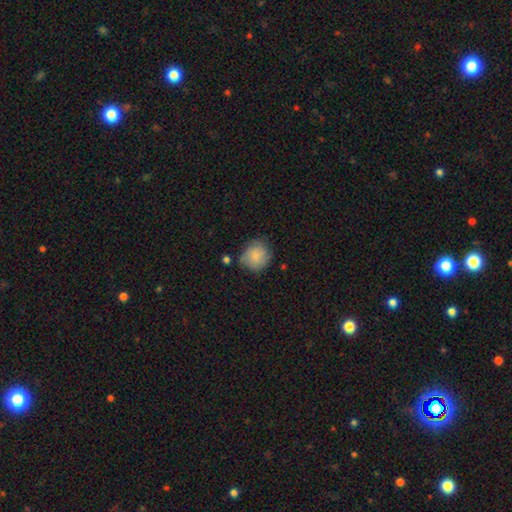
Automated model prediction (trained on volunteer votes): This appears to be a smooth galaxy with no disk features (79%) that is round (83%). Merging: none (65%).